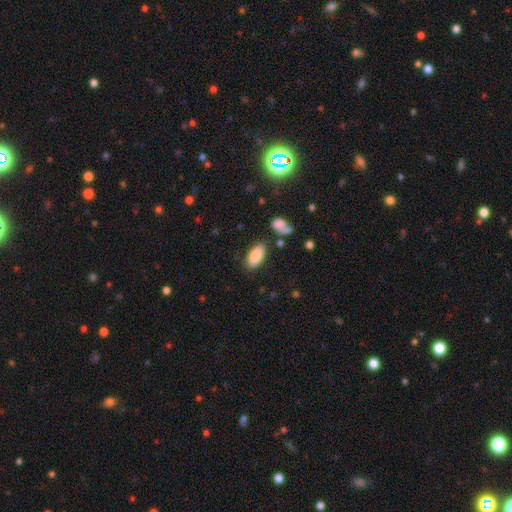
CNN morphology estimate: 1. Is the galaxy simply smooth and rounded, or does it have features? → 87% smooth, 7% star or artifact, 6% featured or disk.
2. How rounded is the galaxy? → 92% in between, 5% cigar-shaped, 2% round.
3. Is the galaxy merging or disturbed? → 81% none, 11% minor disturbance, 5% merger, 4% major disturbance.